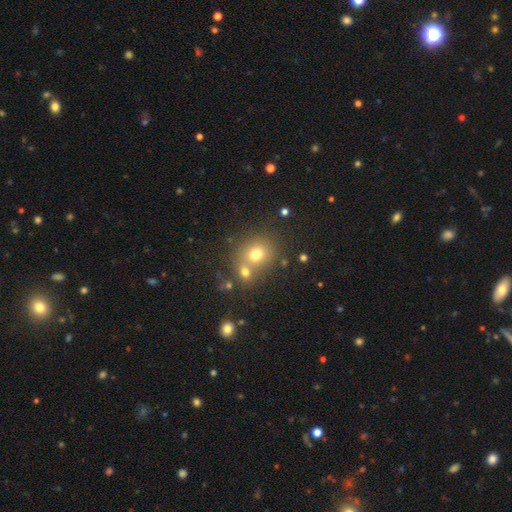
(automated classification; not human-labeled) Overall: smooth (69%). How rounded: round (79%). Merging: none (56%; merger 31%).